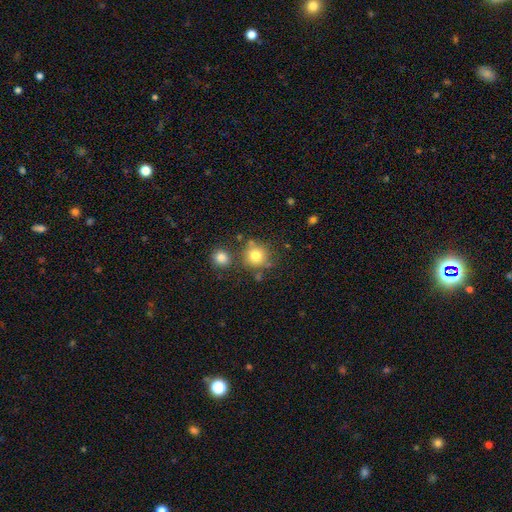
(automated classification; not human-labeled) A smooth galaxy with no disk features (78%) that is round (89%).

Vote fractions:
- Smooth or featured? smooth: 78% / star or artifact: 12% / featured or disk: 10%
- How rounded? round: 89% / in between: 10% / cigar-shaped: 1%
- Merging? none: 69% / merger: 14% / minor disturbance: 13% / major disturbance: 4%